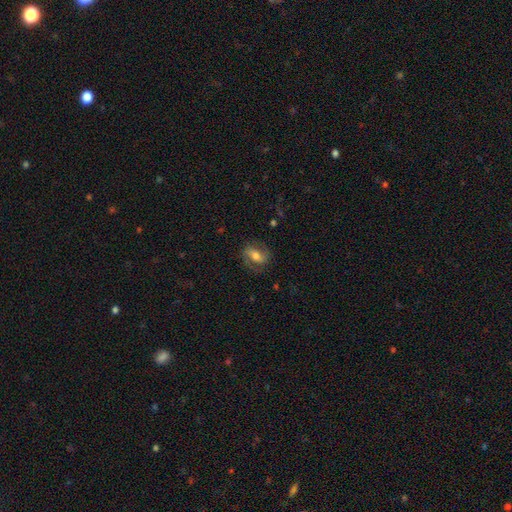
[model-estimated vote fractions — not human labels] Q: Smooth or featured?
A: featured or disk (57%); runner-up: smooth (35%)
Q: Edge-on disk?
A: no (94%); runner-up: yes (6%)
Q: Bar?
A: strong (35%); tied with: weak (35%)
Q: Spiral arms?
A: yes (84%); runner-up: no (16%)
Q: Bulge size?
A: moderate (62%); runner-up: small (21%)
Q: Merging?
A: none (74%); runner-up: minor disturbance (16%)